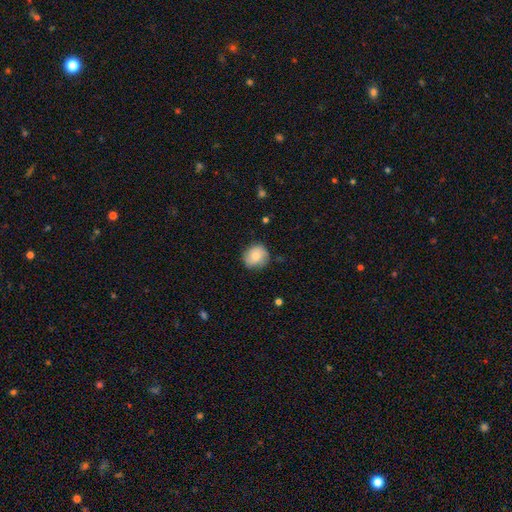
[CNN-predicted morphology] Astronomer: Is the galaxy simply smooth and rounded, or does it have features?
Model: smooth — 74%.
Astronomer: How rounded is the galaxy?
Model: round — 78%.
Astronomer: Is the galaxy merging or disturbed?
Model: none — 76%.